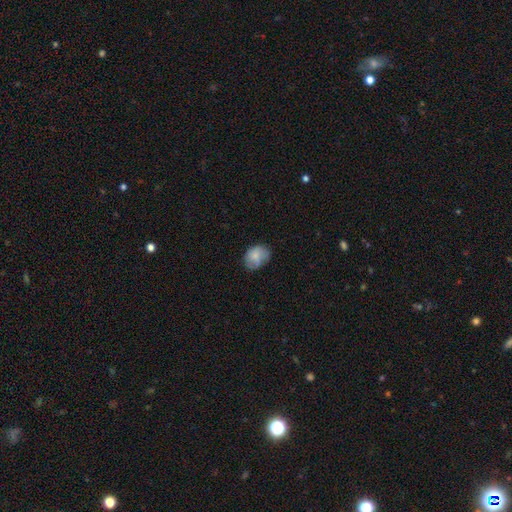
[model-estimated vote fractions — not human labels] smooth-or-featured: smooth: 76% | featured or disk: 16% | star or artifact: 8%
  how-rounded: in between: 64% | round: 35% | cigar-shaped: 1%
  merging: none: 63% | minor disturbance: 27% | major disturbance: 8% | merger: 1%